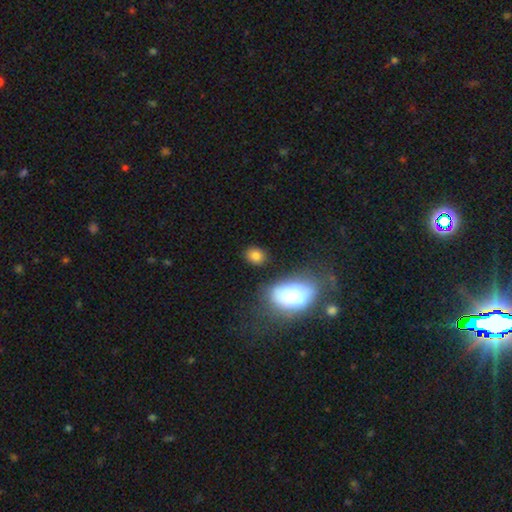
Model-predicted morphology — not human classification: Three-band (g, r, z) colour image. It shows a smooth galaxy with no disk features (82%) that is round (54%). Merging: none (81%).